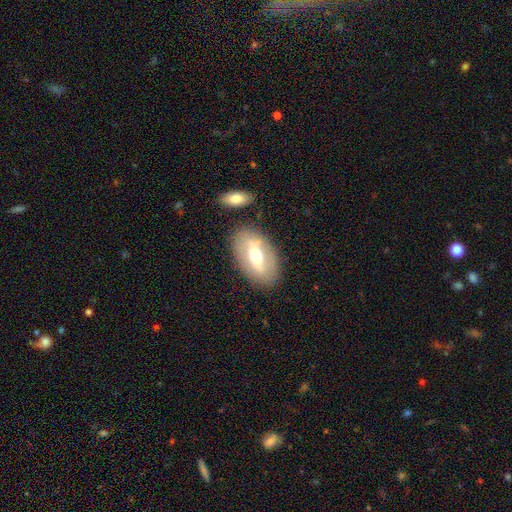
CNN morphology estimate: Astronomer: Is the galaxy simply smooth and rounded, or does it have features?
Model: featured or disk — 52% (runner-up: smooth, 41%).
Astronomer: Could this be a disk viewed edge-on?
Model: no — 81%.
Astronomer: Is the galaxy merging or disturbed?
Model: none — 78%.